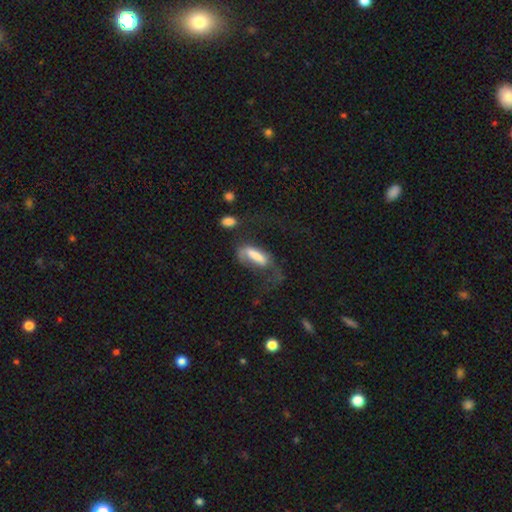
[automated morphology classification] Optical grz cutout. It shows a smooth galaxy with no disk features (61%) that is in between round and cigar-shaped (52%). Merging: major disturbance (55%).